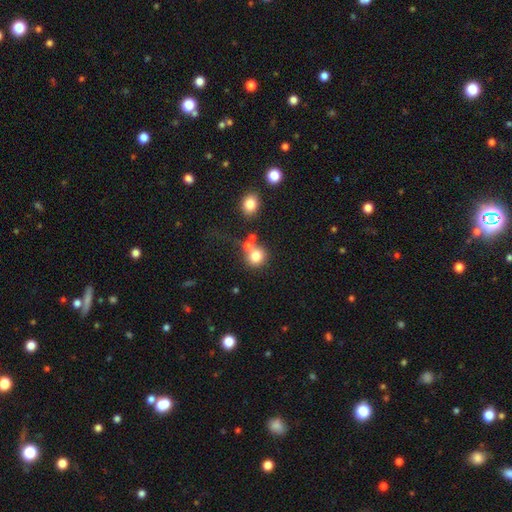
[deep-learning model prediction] Smooth or featured: smooth — 77% (star or artifact — 11%)
How rounded: round — 83% (in between — 16%)
Merging: none — 47% (merger — 37%)